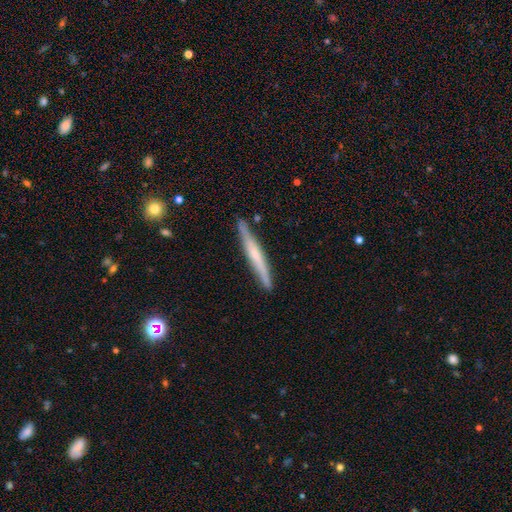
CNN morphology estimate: Smooth or featured? featured or disk (54%)
Edge-on disk? yes (95%)
Edge-on bulge? none (53%)
Merging? none (86%)